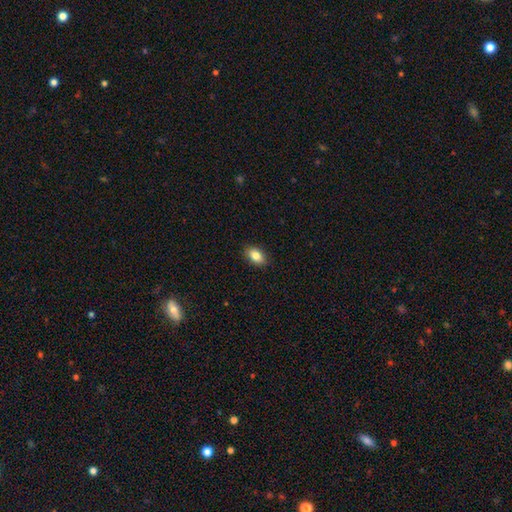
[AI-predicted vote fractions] Q: Smooth or featured?
A: smooth (84%); runner-up: featured or disk (8%)
Q: How rounded?
A: in between (87%); runner-up: round (11%)
Q: Merging?
A: none (89%); runner-up: minor disturbance (8%)